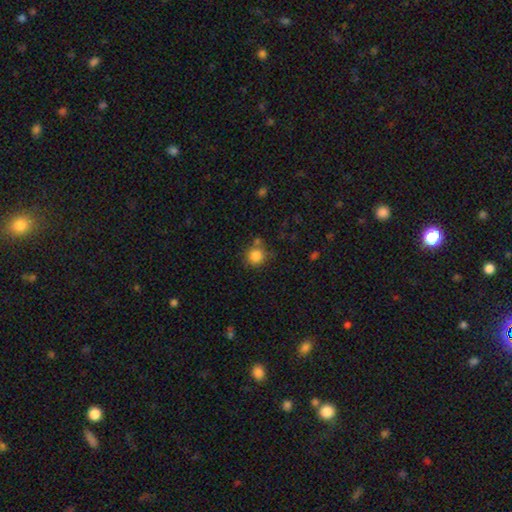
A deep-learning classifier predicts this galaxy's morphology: A smooth galaxy with no disk features (85%) that is round (91%). Merging: none (73%).